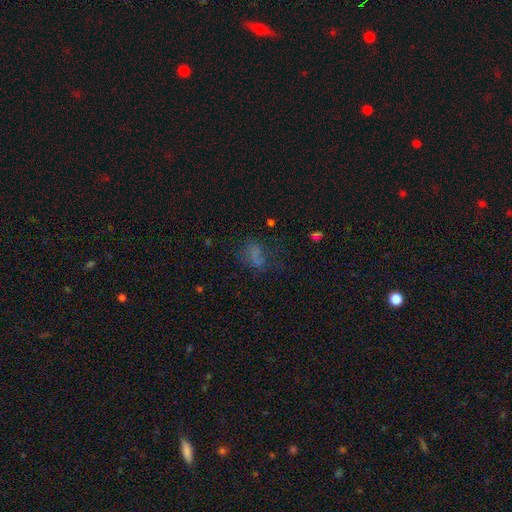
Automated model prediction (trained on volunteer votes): Smooth or featured? Predicted: smooth (p=0.54). How rounded? Predicted: in between (p=0.75). Merging? Predicted: none (p=0.46).